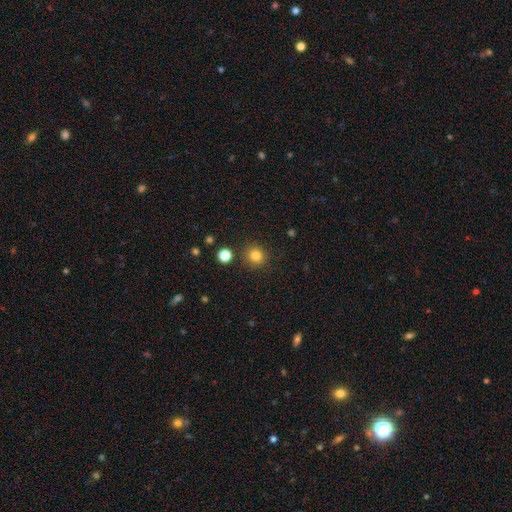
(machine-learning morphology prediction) smooth_or_featured: smooth (p=0.83) [alt: star or artifact p=0.12]
how_rounded: round (p=0.91) [alt: in between p=0.08]
merging: none (p=0.88) [alt: minor disturbance p=0.07]